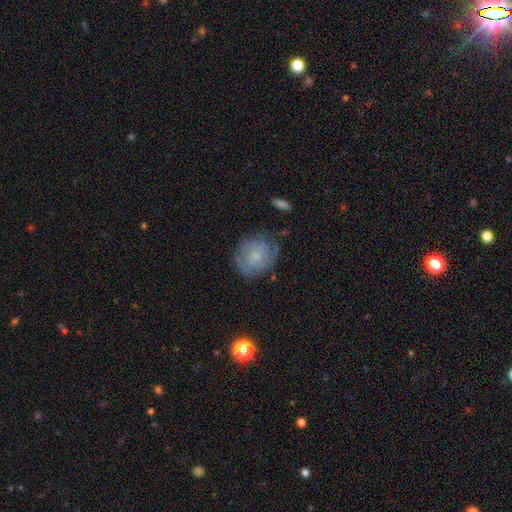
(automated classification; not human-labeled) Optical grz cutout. It shows a featured or disk galaxy (48%). Merging: none (65%).